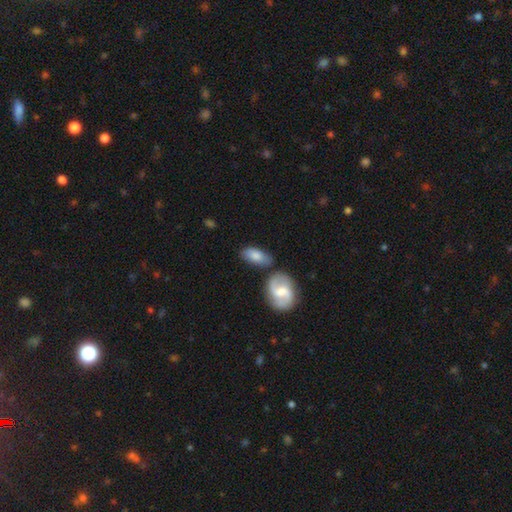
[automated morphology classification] Q: Smooth or featured?
A: smooth (69%); runner-up: featured or disk (25%)
Q: How rounded?
A: in between (89%); runner-up: cigar-shaped (5%)
Q: Merging?
A: none (66%); runner-up: minor disturbance (17%)